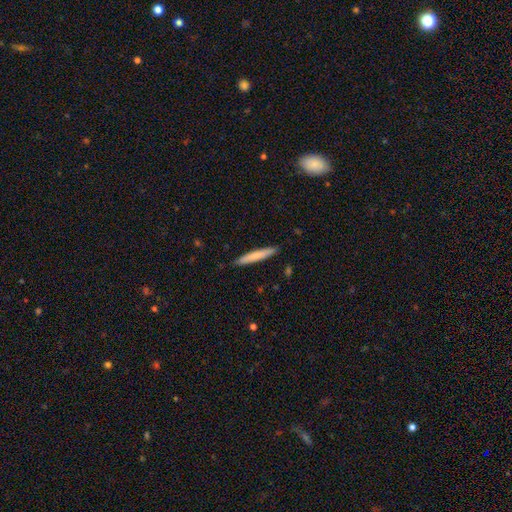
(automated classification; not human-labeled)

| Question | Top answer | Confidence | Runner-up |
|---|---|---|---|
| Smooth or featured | smooth | 72% | featured or disk (23%) |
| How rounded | cigar-shaped | 95% | in between (4%) |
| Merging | none | 89% | minor disturbance (8%) |